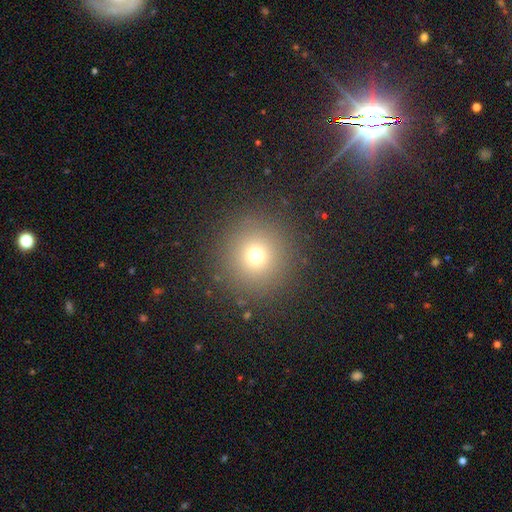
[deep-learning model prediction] Morphology: type=smooth (71%); roundness=round (95%); merging=none (90%).